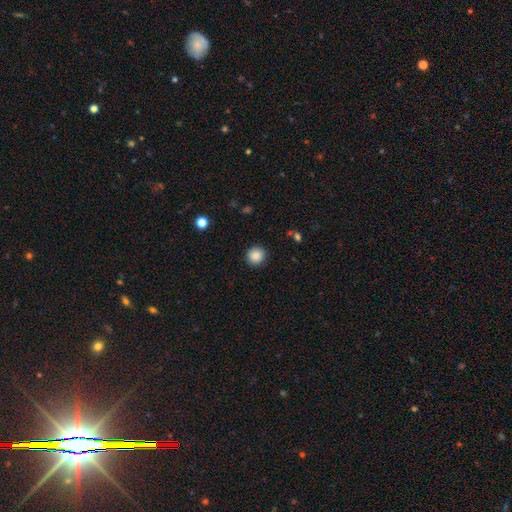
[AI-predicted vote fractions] Morphology: type=smooth (87%); roundness=round (94%); merging=none (91%).